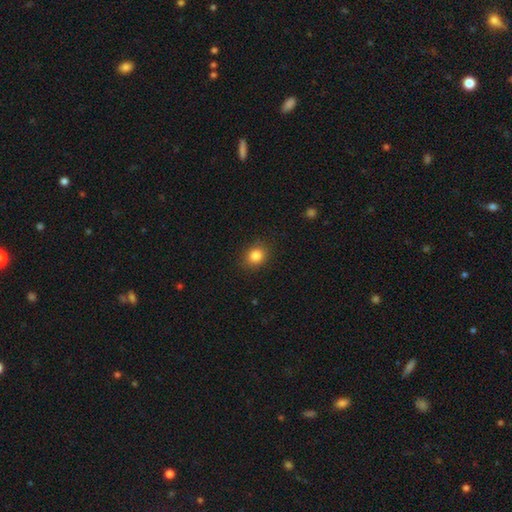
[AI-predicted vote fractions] Smooth or featured?
  - smooth: 85% *
  - star or artifact: 10%
  - featured or disk: 5%
How rounded?
  - round: 63% *
  - in between: 36%
  - cigar-shaped: 1%
Merging?
  - none: 87% *
  - minor disturbance: 9%
  - major disturbance: 3%
  - merger: 1%